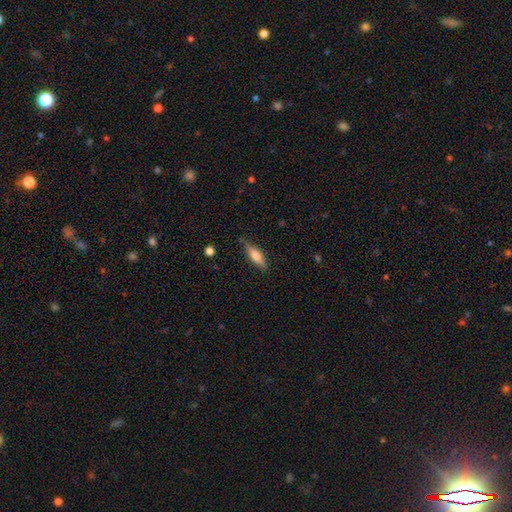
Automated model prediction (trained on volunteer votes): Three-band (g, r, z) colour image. It shows a smooth galaxy with no disk features (65%) that is cigar-shaped (49%, tied with in between). Merging: none (74%).